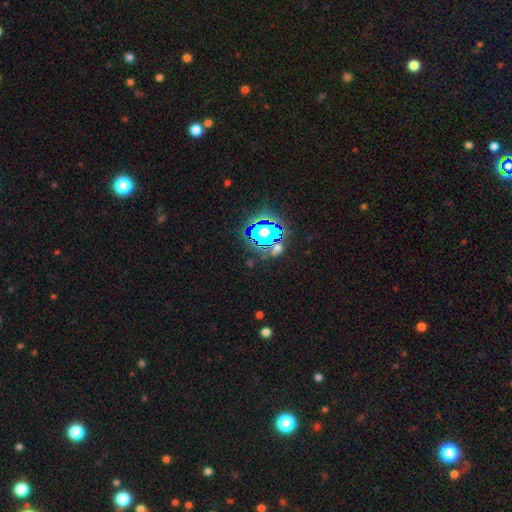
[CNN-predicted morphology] Smooth or featured? star or artifact (80%)